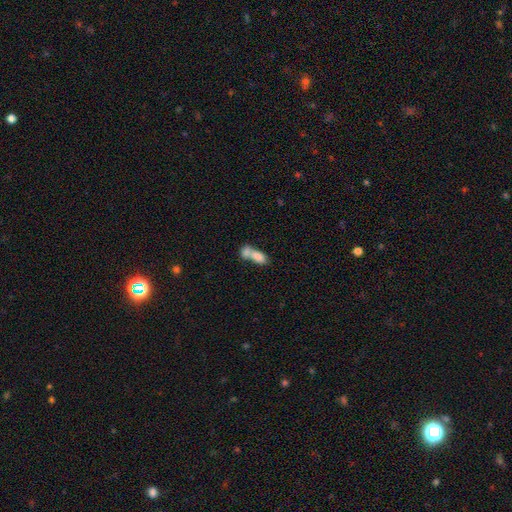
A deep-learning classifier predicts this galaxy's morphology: Smooth or featured?
  - smooth: 76% *
  - featured or disk: 16%
  - star or artifact: 8%
How rounded?
  - in between: 80% *
  - cigar-shaped: 12%
  - round: 8%
Merging?
  - merger: 70% *
  - none: 19%
  - minor disturbance: 7%
  - major disturbance: 4%